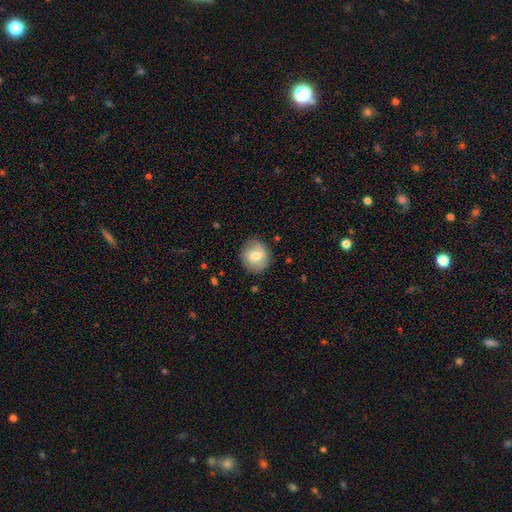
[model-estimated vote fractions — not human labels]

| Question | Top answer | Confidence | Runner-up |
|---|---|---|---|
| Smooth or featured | smooth | 69% | featured or disk (23%) |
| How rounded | round | 86% | in between (13%) |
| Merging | none | 83% | minor disturbance (13%) |